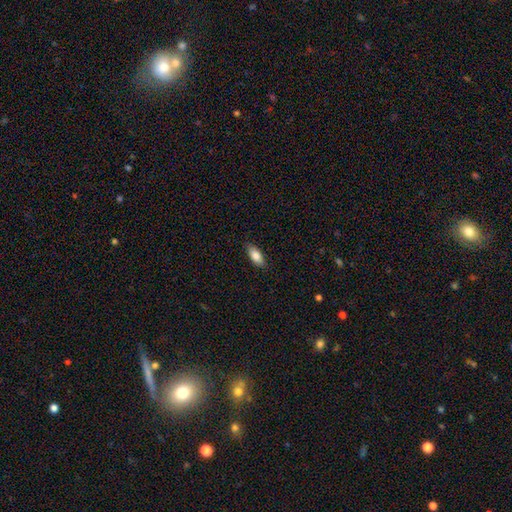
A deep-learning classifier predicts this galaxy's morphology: This appears to be a smooth galaxy with no disk features (83%) that is in between round and cigar-shaped (83%). Merging: none (87%).